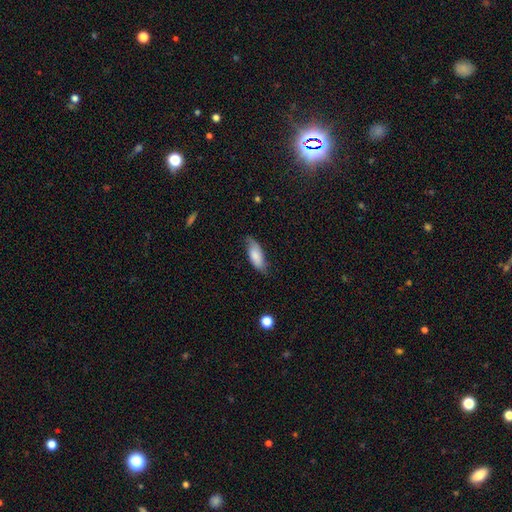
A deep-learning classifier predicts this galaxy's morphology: Smooth or featured: smooth — 72% (featured or disk — 21%)
How rounded: in between — 77% (cigar-shaped — 21%)
Merging: none — 67% (minor disturbance — 26%)